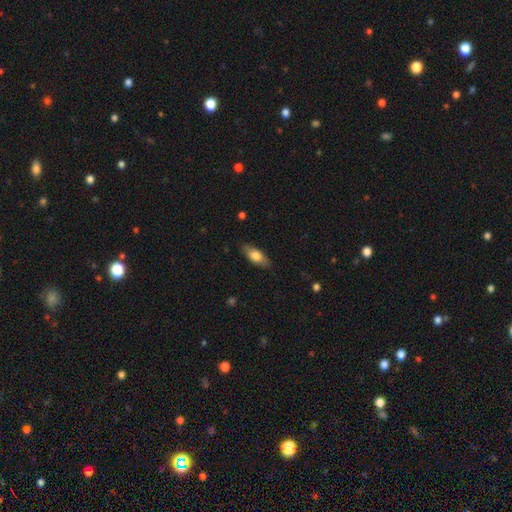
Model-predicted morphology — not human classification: This is likely a smooth galaxy (71%). How rounded: likely in between (75%). Merging: clearly none (84%).